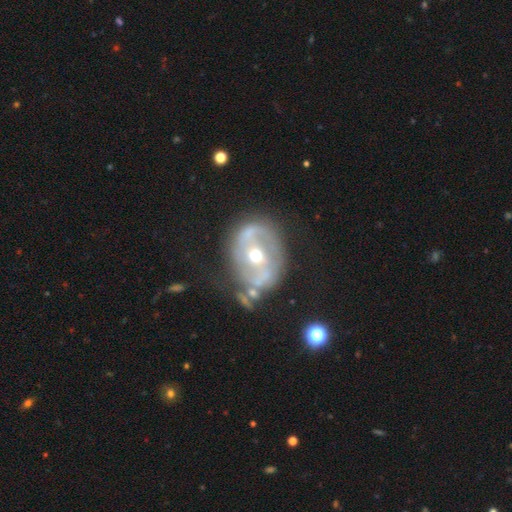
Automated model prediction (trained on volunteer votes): smooth_or_featured: featured or disk (p=0.79) [alt: smooth p=0.14]
disk_edge_on: no (p=0.96) [alt: yes p=0.04]
bar: no (p=0.38) [alt: weak p=0.35]
has_spiral_arms: yes (p=0.69) [alt: no p=0.31]
spiral_winding: medium (p=0.42) [alt: tight p=0.31]
spiral_arm_count: 2 (p=0.76) [alt: can't tell p=0.13]
bulge_size: moderate (p=0.68) [alt: small p=0.27]
merging: none (p=0.60) [alt: minor disturbance p=0.21]